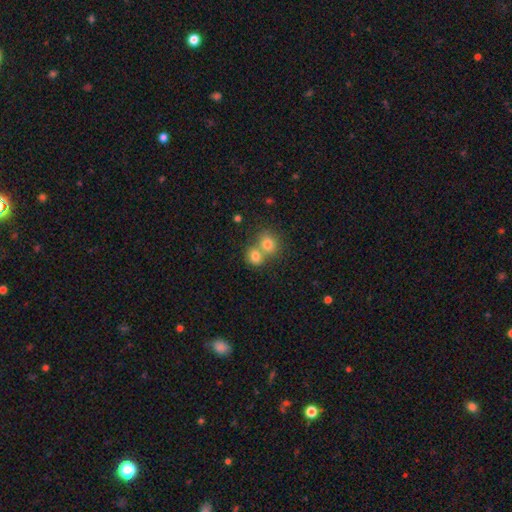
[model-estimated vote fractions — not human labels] smooth 78%, star or artifact 12%, featured or disk 10%. Down the decision tree: how rounded — round (66%); merging — merger (57%).